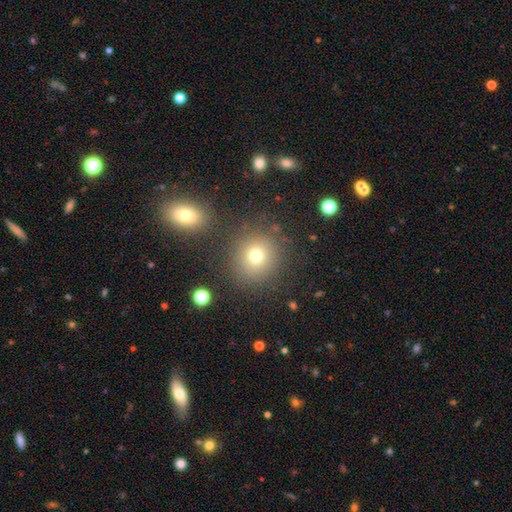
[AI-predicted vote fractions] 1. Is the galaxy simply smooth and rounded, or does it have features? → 74% smooth, 16% star or artifact, 10% featured or disk.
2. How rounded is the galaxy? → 89% round, 10% in between, 1% cigar-shaped.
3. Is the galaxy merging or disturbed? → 83% none, 8% minor disturbance, 5% merger, 4% major disturbance.